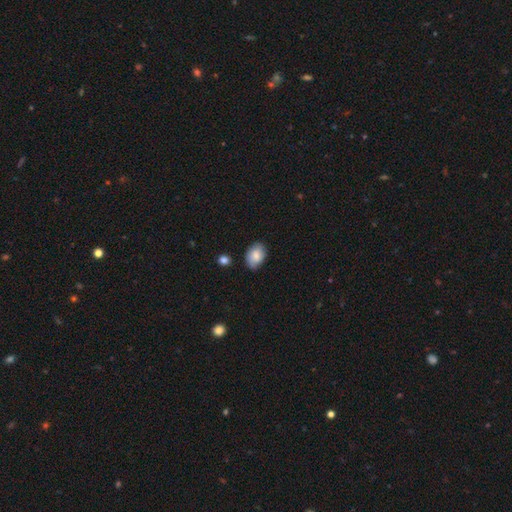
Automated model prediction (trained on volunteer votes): Smooth or featured? Predicted: smooth (p=0.79). How rounded? Predicted: in between (p=0.82). Merging? Predicted: none (p=0.72).